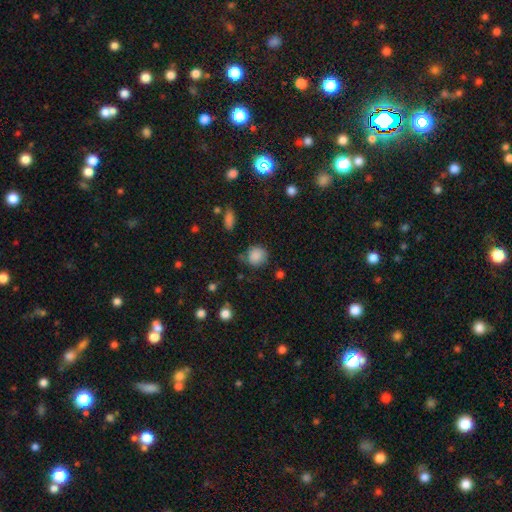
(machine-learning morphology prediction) The model was most divided on "merging": none: 73%, minor disturbance: 18%, major disturbance: 5%, merger: 4%. More confident: smooth or featured — smooth (85%); how rounded — round (85%).